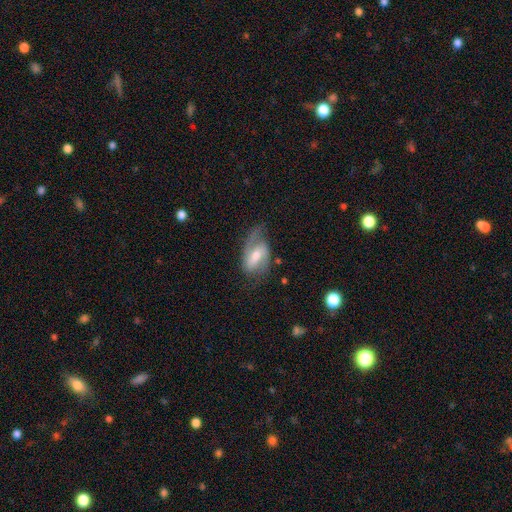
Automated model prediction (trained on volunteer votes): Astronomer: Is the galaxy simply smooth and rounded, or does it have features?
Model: featured or disk — 72%.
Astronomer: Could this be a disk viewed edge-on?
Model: no — 94%.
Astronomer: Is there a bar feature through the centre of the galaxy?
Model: weak — 46% (runner-up: strong, 33%).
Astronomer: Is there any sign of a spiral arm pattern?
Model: yes — 90%.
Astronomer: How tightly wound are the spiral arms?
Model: medium — 44% (runner-up: loose, 37%).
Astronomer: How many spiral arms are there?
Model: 2 — 73%.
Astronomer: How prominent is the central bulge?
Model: moderate — 58%.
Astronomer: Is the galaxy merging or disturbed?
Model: none — 54%.